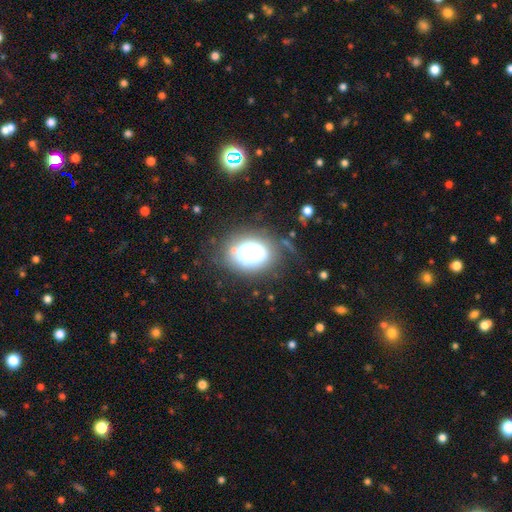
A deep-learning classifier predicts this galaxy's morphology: The model was most divided on "how rounded": in between: 59%, round: 40%, cigar-shaped: 1%. More confident: smooth or featured — smooth (66%); merging — none (59%).